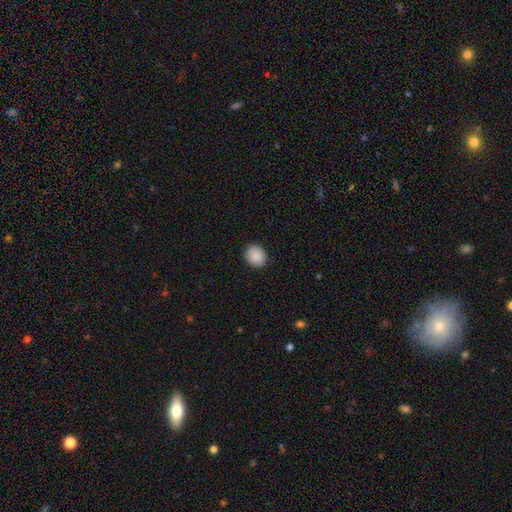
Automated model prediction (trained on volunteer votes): This appears to be a smooth galaxy with no disk features (90%) that is round (61%). Merging: none (90%).